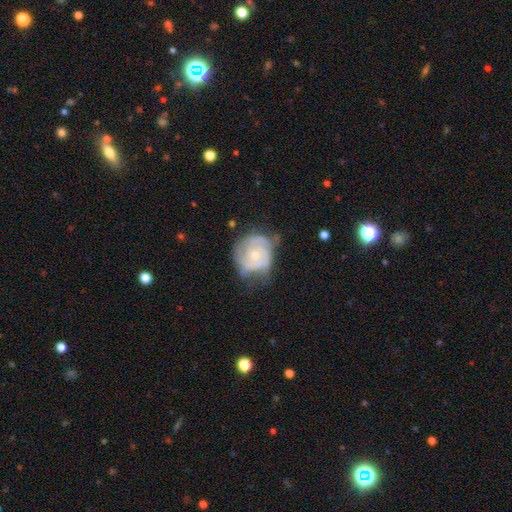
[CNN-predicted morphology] Overall: featured or disk (78%). Edge-on disk: no (98%). Bar: no (76%). Spiral arms: yes (89%). Spiral arm count: 2 (33%; can't tell 28%). Spiral winding: tight (61%; medium 31%). Bulge size: small (56%; moderate 40%). Merging: none (51%; minor disturbance 31%).